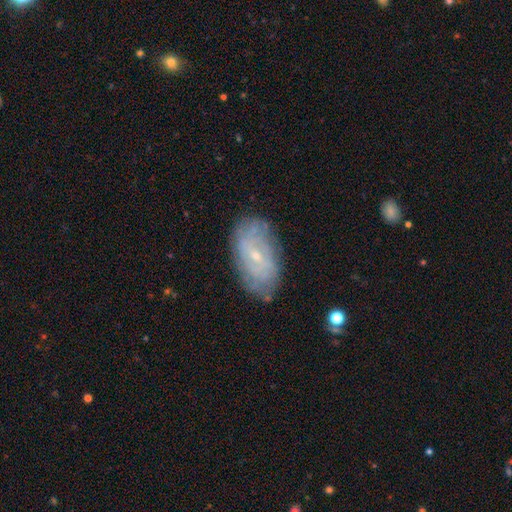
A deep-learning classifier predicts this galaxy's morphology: The model was most divided on "bar": no: 51%, weak: 40%, strong: 10%. More confident: edge-on disk — no (93%); merging — none (78%); bulge size — small (77%); spiral arms — yes (73%); smooth or featured — featured or disk (64%).